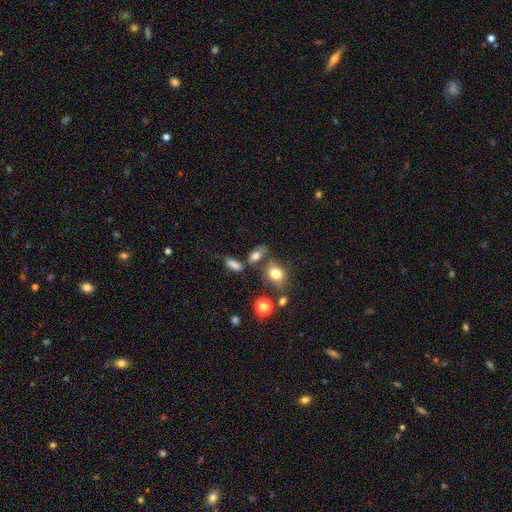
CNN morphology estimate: Smooth or featured?
  - smooth: 75% *
  - featured or disk: 14%
  - star or artifact: 12%
How rounded?
  - in between: 74% *
  - round: 18%
  - cigar-shaped: 8%
Merging?
  - none: 54% *
  - merger: 20%
  - minor disturbance: 18%
  - major disturbance: 8%